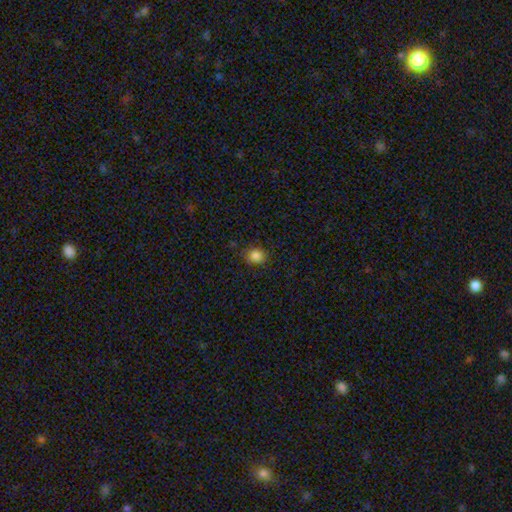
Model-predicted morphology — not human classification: This is clearly a smooth galaxy (85%). How rounded: likely round (78%). Merging: clearly none (84%).